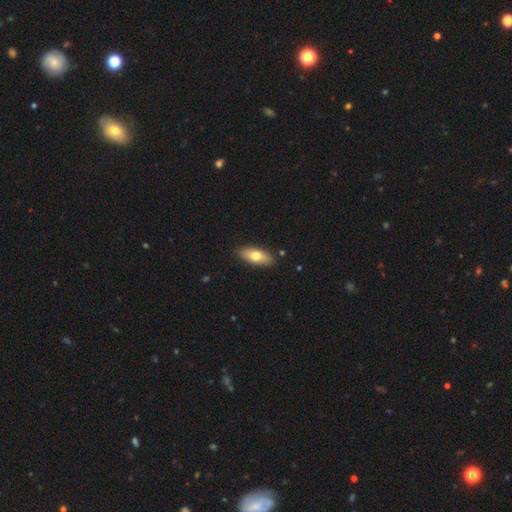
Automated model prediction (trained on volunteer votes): Smooth or featured: smooth — 69% (featured or disk — 25%)
How rounded: in between — 77% (cigar-shaped — 20%)
Merging: none — 88% (minor disturbance — 9%)